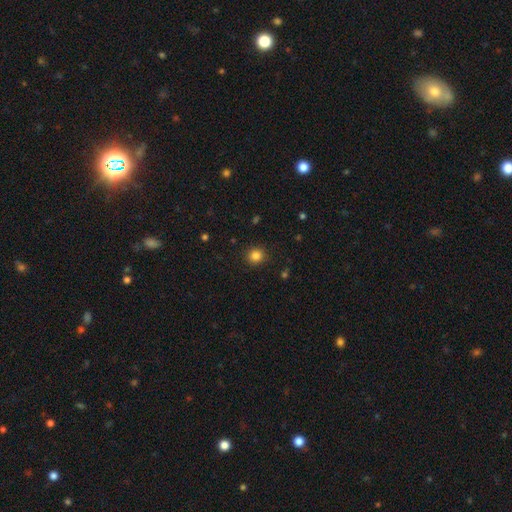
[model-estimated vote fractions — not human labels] Smooth or featured? Predicted: smooth (p=0.84). How rounded? Predicted: round (p=0.90). Merging? Predicted: none (p=0.90).